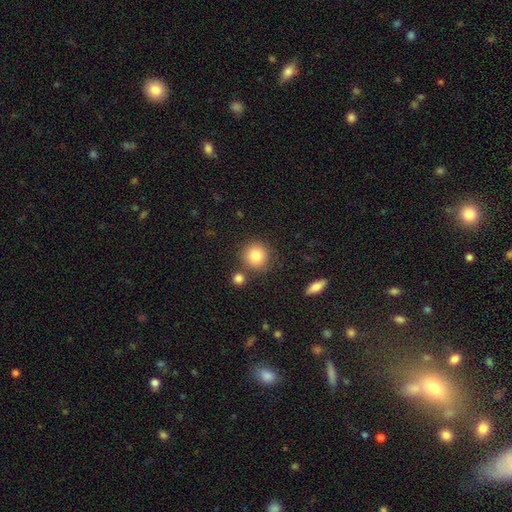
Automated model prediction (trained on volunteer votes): smooth_or_featured: smooth (p=0.84) [alt: star or artifact p=0.09]
how_rounded: round (p=0.92) [alt: in between p=0.07]
merging: none (p=0.79) [alt: merger p=0.10]